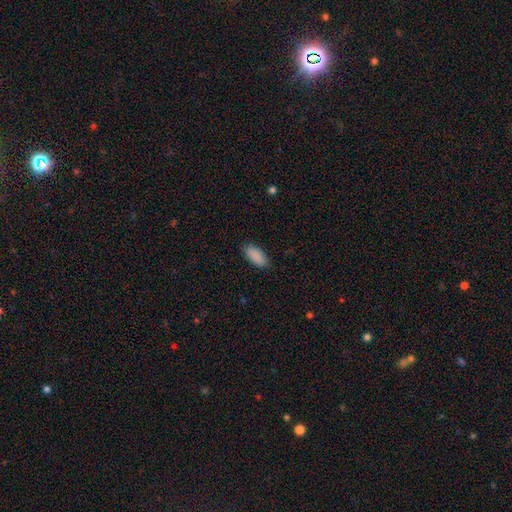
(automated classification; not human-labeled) smooth-or-featured: smooth: 90% | star or artifact: 7% | featured or disk: 3%
  how-rounded: in between: 87% | cigar-shaped: 11% | round: 2%
  merging: none: 86% | minor disturbance: 11% | major disturbance: 2% | merger: 1%